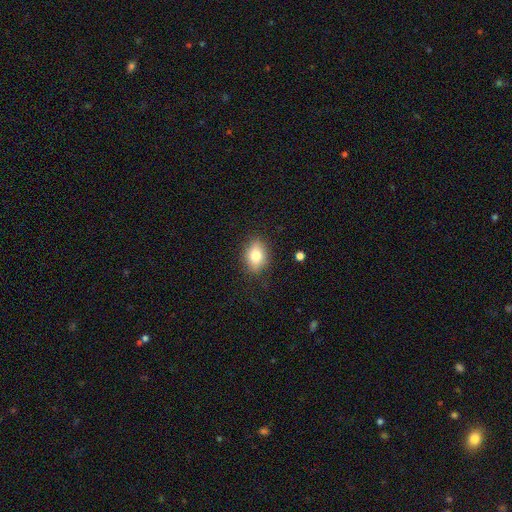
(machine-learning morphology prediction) A smooth galaxy with no disk features (76%) that is in between round and cigar-shaped (72%).

Vote fractions:
- Smooth or featured? smooth: 76% / featured or disk: 15% / star or artifact: 9%
- How rounded? in between: 72% / round: 25% / cigar-shaped: 2%
- Merging? none: 81% / minor disturbance: 14% / major disturbance: 4% / merger: 1%